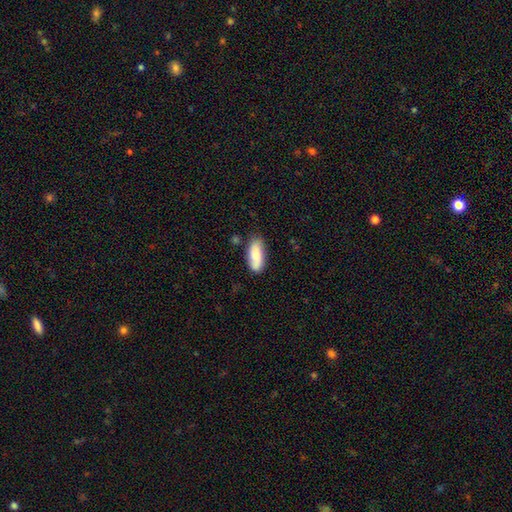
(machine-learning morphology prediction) A smooth galaxy with no disk features (81%) that is in between round and cigar-shaped (80%). Merging: none (75%).